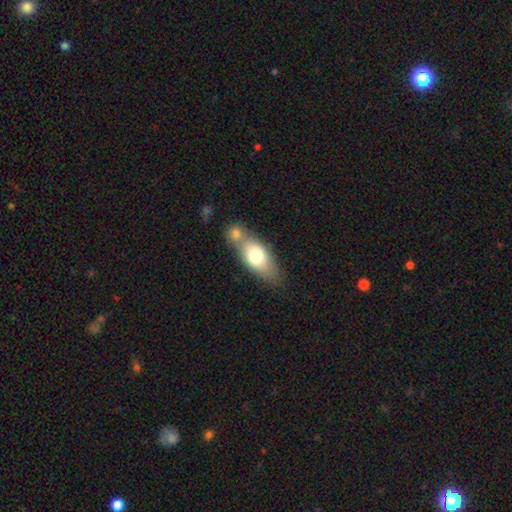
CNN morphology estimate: Smooth or featured?
  - smooth: 71% *
  - featured or disk: 23%
  - star or artifact: 7%
How rounded?
  - in between: 81% *
  - cigar-shaped: 13%
  - round: 6%
Merging?
  - merger: 42% *
  - none: 41%
  - minor disturbance: 12%
  - major disturbance: 5%